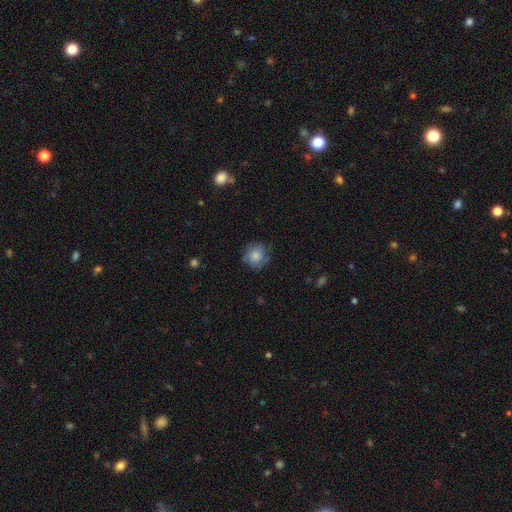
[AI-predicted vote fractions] This is likely a smooth galaxy (76%). How rounded: clearly round (86%). Merging: likely none (71%).